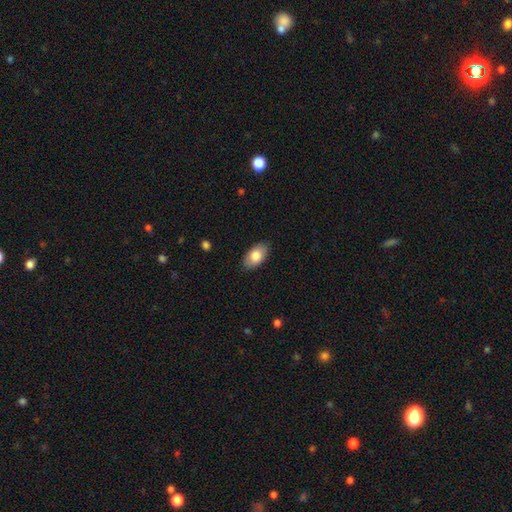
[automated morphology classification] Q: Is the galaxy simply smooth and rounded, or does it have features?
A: smooth — 80%.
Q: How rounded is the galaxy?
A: in between — 94%.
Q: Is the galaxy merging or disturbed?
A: none — 87%.